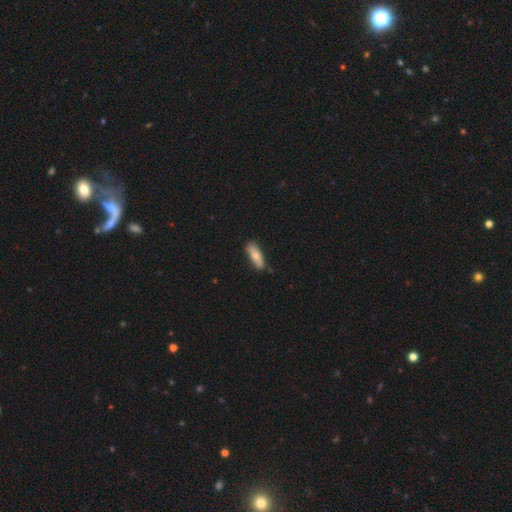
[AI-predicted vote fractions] A smooth galaxy with no disk features (68%) that is in between round and cigar-shaped (57%).

Vote fractions:
- Smooth or featured? smooth: 68% / featured or disk: 26% / star or artifact: 6%
- How rounded? in between: 57% / cigar-shaped: 40% / round: 3%
- Merging? none: 76% / minor disturbance: 20% / major disturbance: 3% / merger: 2%